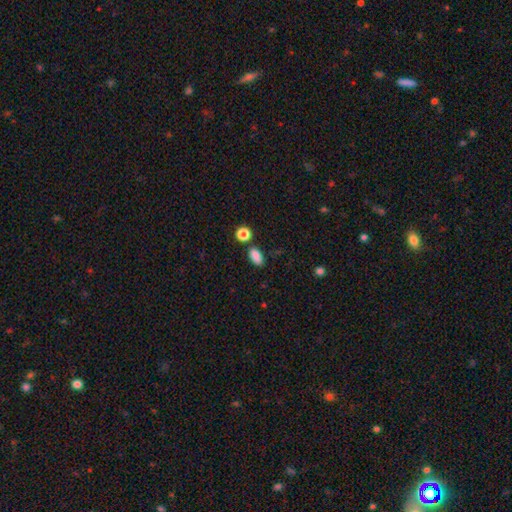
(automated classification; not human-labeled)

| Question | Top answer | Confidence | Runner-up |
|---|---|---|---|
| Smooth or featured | smooth | 86% | star or artifact (10%) |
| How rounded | in between | 88% | round (7%) |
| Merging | none | 78% | minor disturbance (12%) |